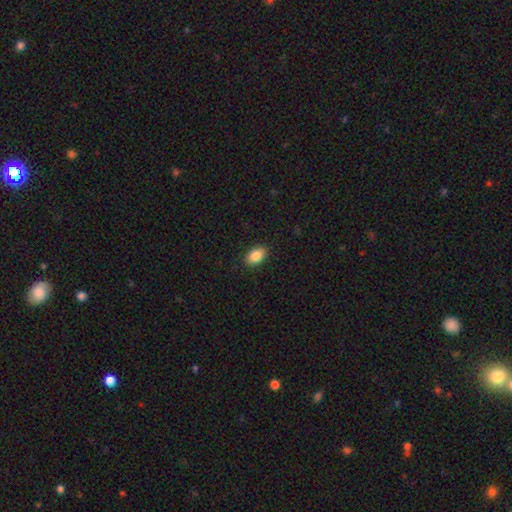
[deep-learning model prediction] A smooth galaxy with no disk features (87%) that is in between round and cigar-shaped (89%).

Vote fractions:
- Smooth or featured? smooth: 87% / star or artifact: 8% / featured or disk: 5%
- How rounded? in between: 89% / round: 9% / cigar-shaped: 1%
- Merging? none: 90% / minor disturbance: 8% / major disturbance: 2% / merger: 1%